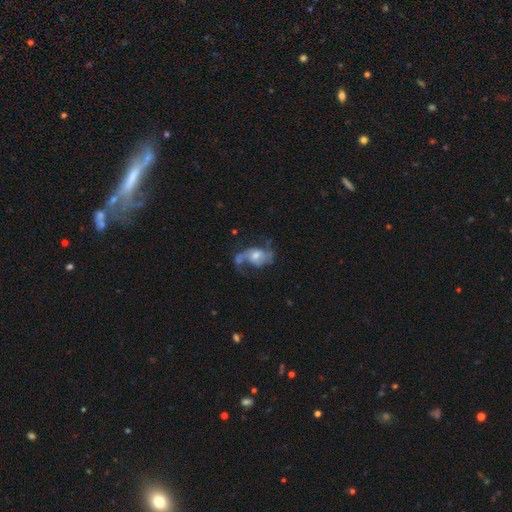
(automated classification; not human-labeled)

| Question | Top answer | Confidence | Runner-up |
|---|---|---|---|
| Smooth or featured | featured or disk | 74% | smooth (19%) |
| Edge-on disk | no | 96% | yes (4%) |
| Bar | no | 55% | weak (36%) |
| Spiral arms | yes | 87% | no (13%) |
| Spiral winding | loose | 59% | medium (32%) |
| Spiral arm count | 2 | 74% | 1 (14%) |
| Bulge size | moderate | 54% | small (29%) |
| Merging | none | 40% | major disturbance (32%) |